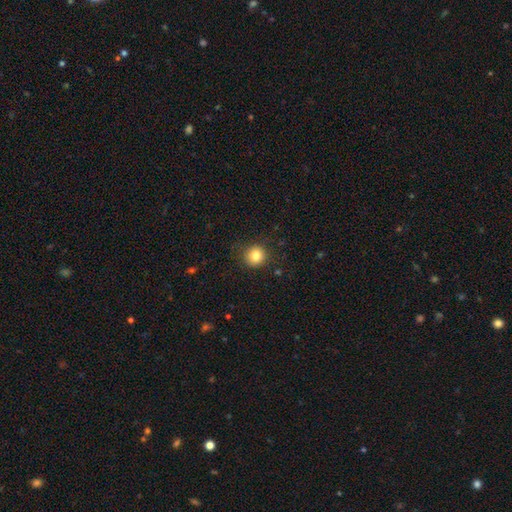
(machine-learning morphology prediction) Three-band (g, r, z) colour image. It shows a smooth galaxy with no disk features (83%) that is round (90%). Merging: none (87%).